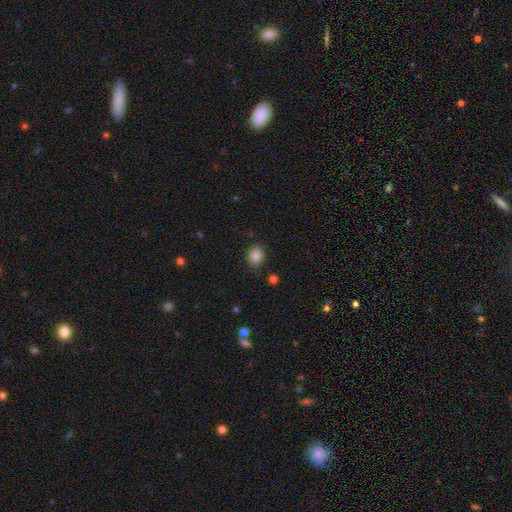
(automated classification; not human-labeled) This appears to be a smooth galaxy with no disk features (85%) that is round (50%). Merging: none (85%).